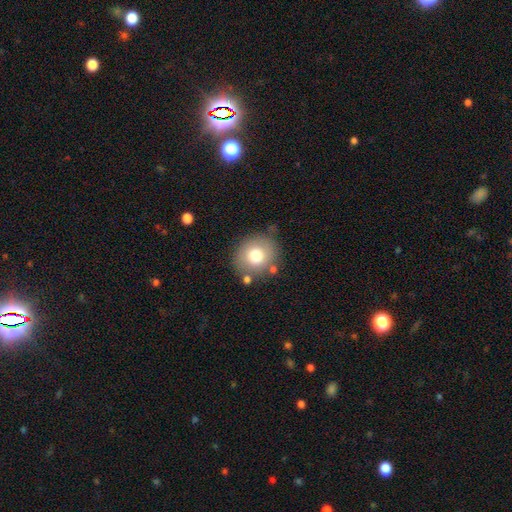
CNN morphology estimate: Q: Smooth or featured?
A: smooth (73%); runner-up: featured or disk (17%)
Q: How rounded?
A: round (83%); runner-up: in between (16%)
Q: Merging?
A: none (77%); runner-up: minor disturbance (13%)